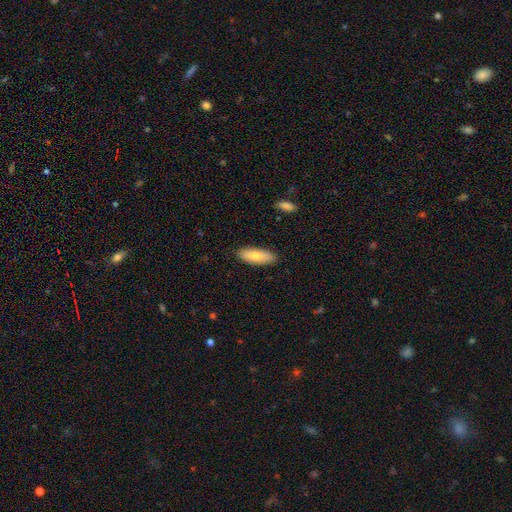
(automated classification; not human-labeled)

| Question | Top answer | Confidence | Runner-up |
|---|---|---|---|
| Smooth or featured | smooth | 78% | featured or disk (16%) |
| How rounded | in between | 71% | cigar-shaped (27%) |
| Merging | none | 87% | minor disturbance (9%) |